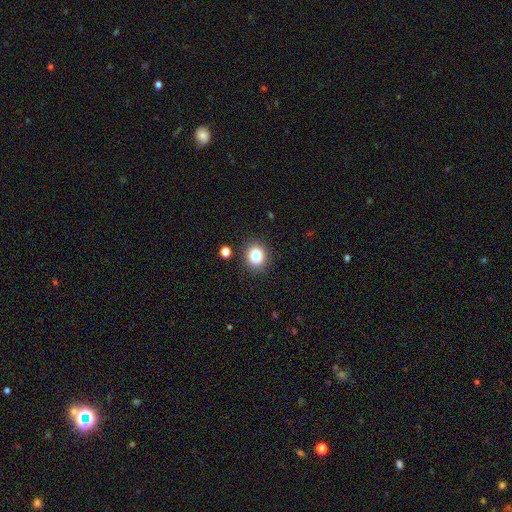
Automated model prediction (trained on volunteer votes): smooth_or_featured: smooth (p=0.82) [alt: star or artifact p=0.11]
how_rounded: round (p=0.77) [alt: in between p=0.22]
merging: none (p=0.87) [alt: minor disturbance p=0.08]